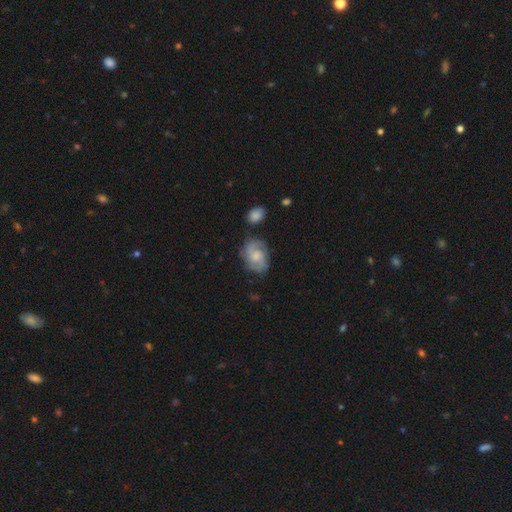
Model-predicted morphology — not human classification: This appears to be a featured or disk galaxy (62%) with no bar (58%), 2 (57%) medium (47%) spiral arms (88%) and a moderate central bulge (43%). Merging: none (67%).